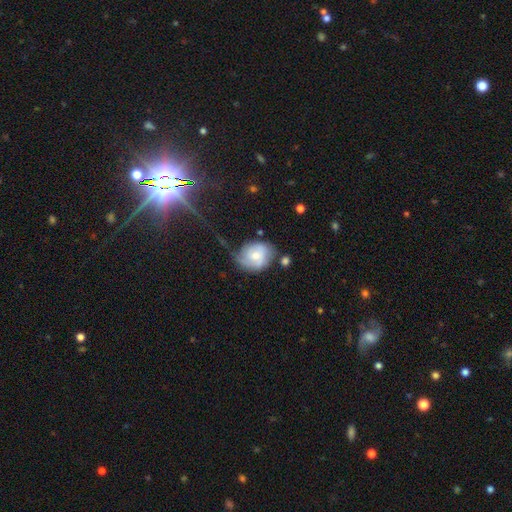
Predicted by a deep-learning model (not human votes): Overall: smooth (51%; featured or disk 41%). How rounded: round (52%; in between 47%). Merging: none (51%; minor disturbance 29%).